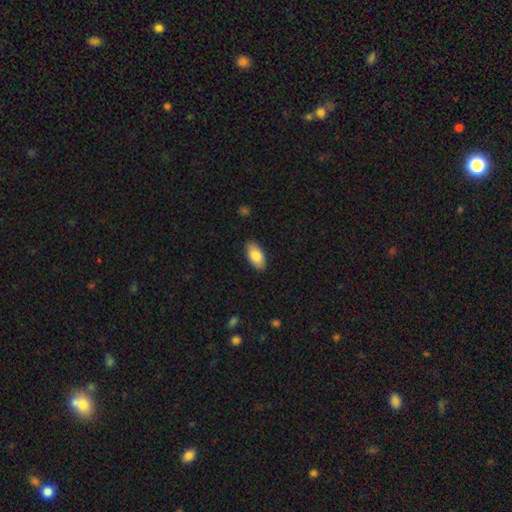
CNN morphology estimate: This is clearly a smooth galaxy (83%). How rounded: clearly in between (94%). Merging: clearly none (88%).